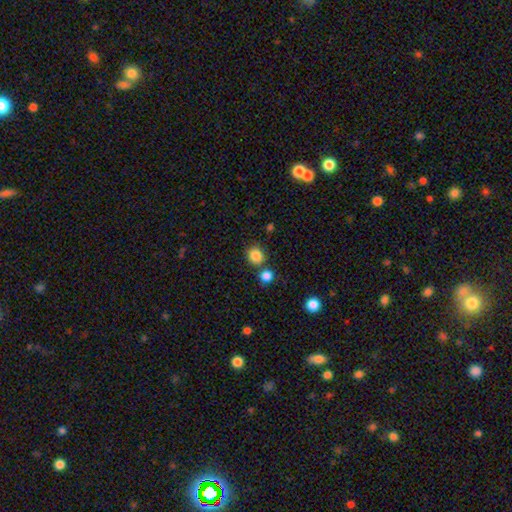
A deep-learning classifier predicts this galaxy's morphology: A smooth galaxy with no disk features (85%) that is round (83%).

Vote fractions:
- Smooth or featured? smooth: 85% / star or artifact: 11% / featured or disk: 4%
- How rounded? round: 83% / in between: 16% / cigar-shaped: 1%
- Merging? none: 71% / merger: 17% / minor disturbance: 9% / major disturbance: 3%